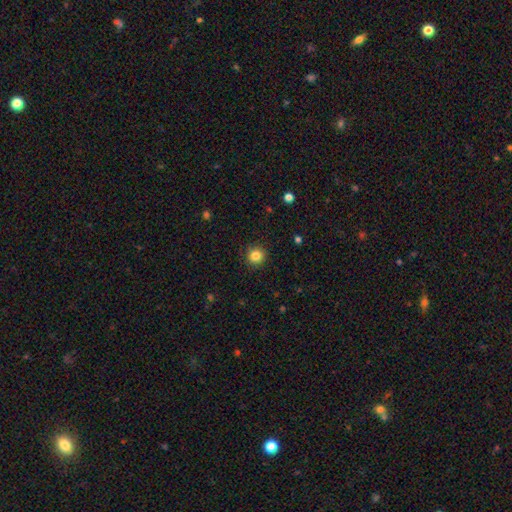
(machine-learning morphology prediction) Q: Smooth or featured?
A: smooth (84%); runner-up: star or artifact (11%)
Q: How rounded?
A: round (91%); runner-up: in between (8%)
Q: Merging?
A: none (90%); runner-up: minor disturbance (7%)